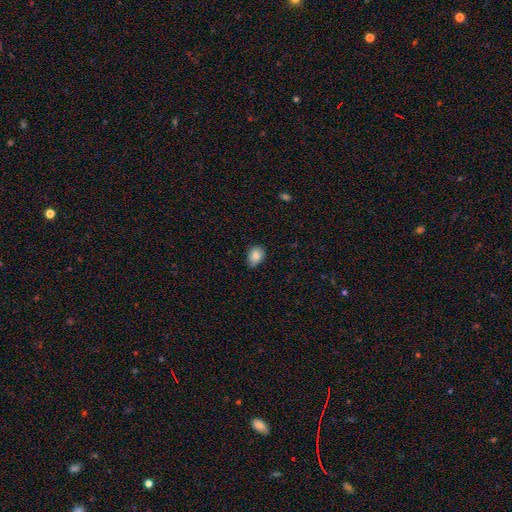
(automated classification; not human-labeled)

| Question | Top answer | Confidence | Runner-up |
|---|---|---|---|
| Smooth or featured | smooth | 84% | star or artifact (8%) |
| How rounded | in between | 65% | round (34%) |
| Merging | none | 72% | minor disturbance (24%) |